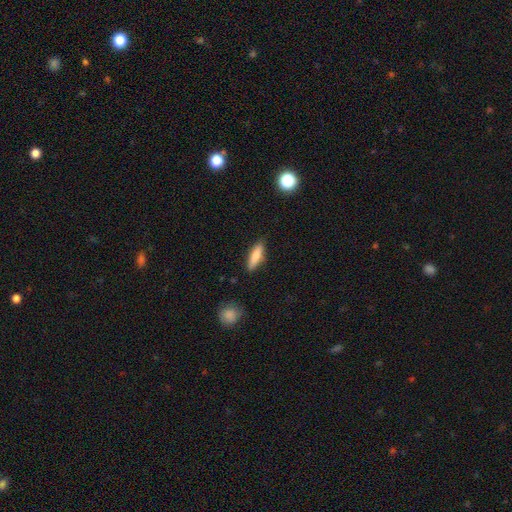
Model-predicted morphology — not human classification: smooth_or_featured: smooth (p=0.75) [alt: featured or disk p=0.19]
how_rounded: cigar-shaped (p=0.62) [alt: in between p=0.35]
merging: none (p=0.86) [alt: minor disturbance p=0.10]